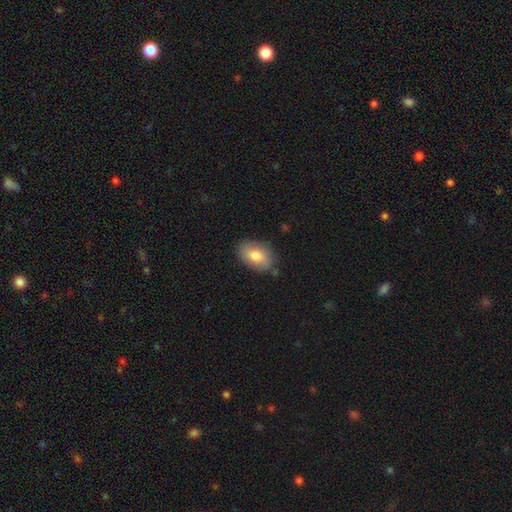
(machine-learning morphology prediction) Smooth or featured? smooth (79%)
How rounded? in between (87%)
Merging? none (81%)